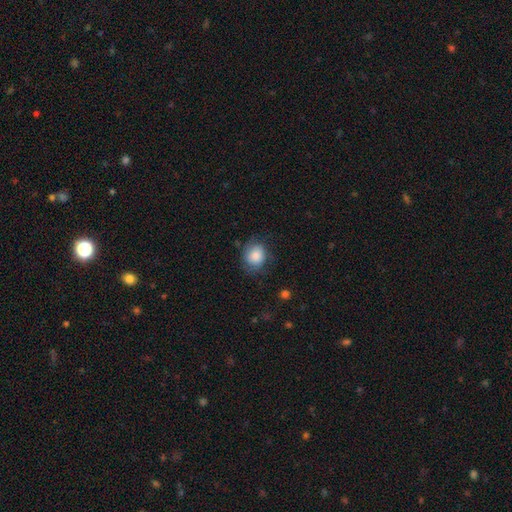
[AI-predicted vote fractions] A smooth galaxy with no disk features (81%) that is round (68%).

Vote fractions:
- Smooth or featured? smooth: 81% / featured or disk: 11% / star or artifact: 7%
- How rounded? round: 68% / in between: 31% / cigar-shaped: 1%
- Merging? none: 65% / minor disturbance: 24% / major disturbance: 9% / merger: 2%